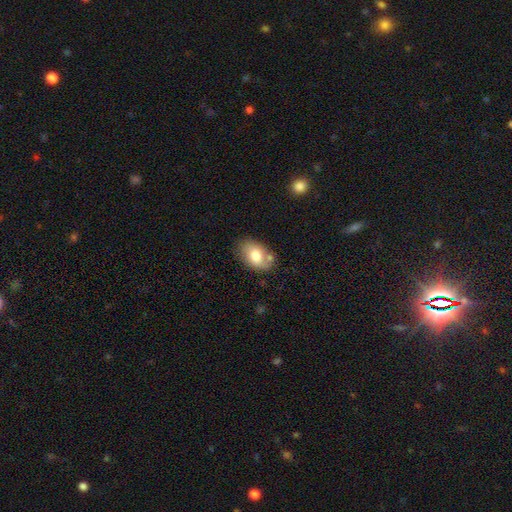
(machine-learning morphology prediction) Smooth or featured? smooth (76%)
How rounded? in between (86%)
Merging? none (65%)